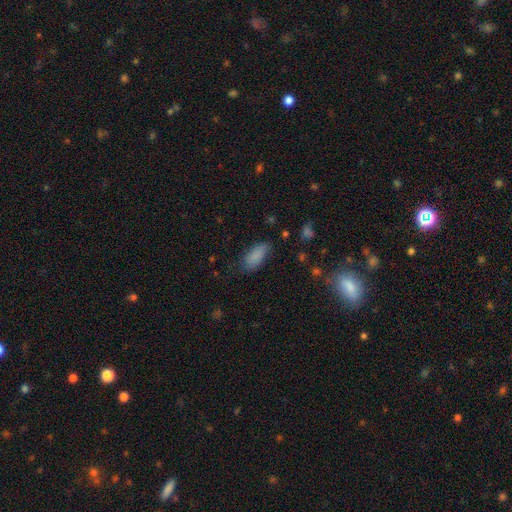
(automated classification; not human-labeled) Smooth or featured? Predicted: smooth (p=0.86). How rounded? Predicted: in between (p=0.88). Merging? Predicted: none (p=0.71).